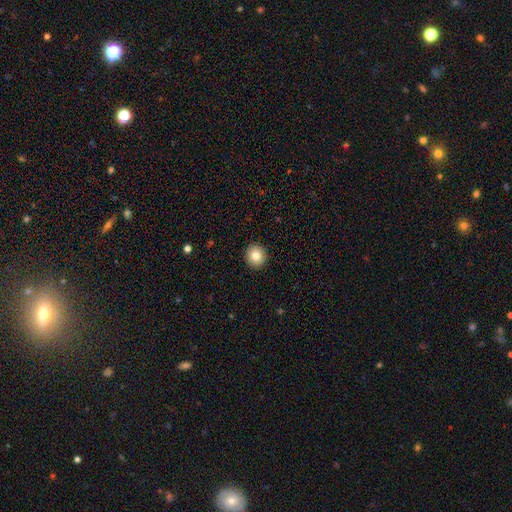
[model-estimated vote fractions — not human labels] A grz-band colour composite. It shows a smooth galaxy with no disk features (81%) that is round (90%). Merging: none (93%).